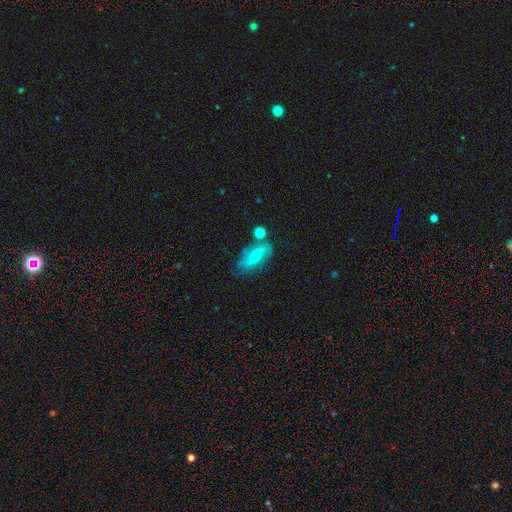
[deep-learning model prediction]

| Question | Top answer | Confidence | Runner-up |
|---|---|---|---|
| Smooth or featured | featured or disk | 58% | smooth (34%) |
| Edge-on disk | no | 91% | yes (9%) |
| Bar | no | 54% | weak (34%) |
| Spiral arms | yes | 83% | no (17%) |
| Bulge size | moderate | 47% | small (46%) |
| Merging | none | 62% | minor disturbance (21%) |